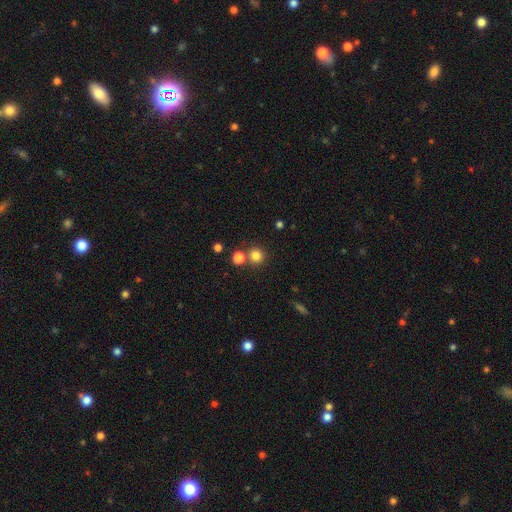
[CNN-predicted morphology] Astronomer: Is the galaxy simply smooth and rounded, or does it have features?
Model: smooth — 80%.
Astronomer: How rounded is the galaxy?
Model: round — 92%.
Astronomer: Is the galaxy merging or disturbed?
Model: none — 70%.